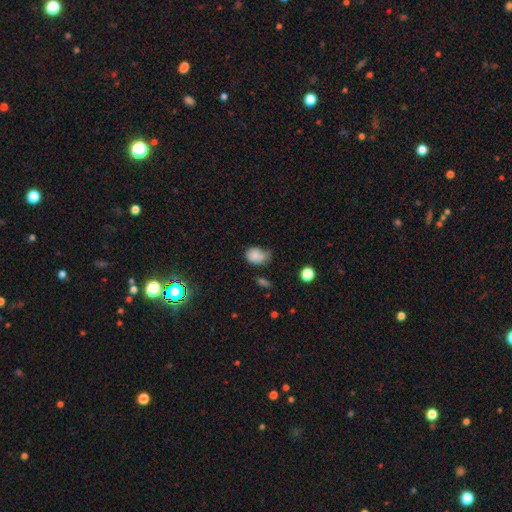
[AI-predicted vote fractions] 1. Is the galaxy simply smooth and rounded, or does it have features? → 81% smooth, 11% star or artifact, 8% featured or disk.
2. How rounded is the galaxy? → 62% in between, 36% round, 1% cigar-shaped.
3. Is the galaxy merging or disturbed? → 42% minor disturbance, 38% none, 14% major disturbance, 6% merger.